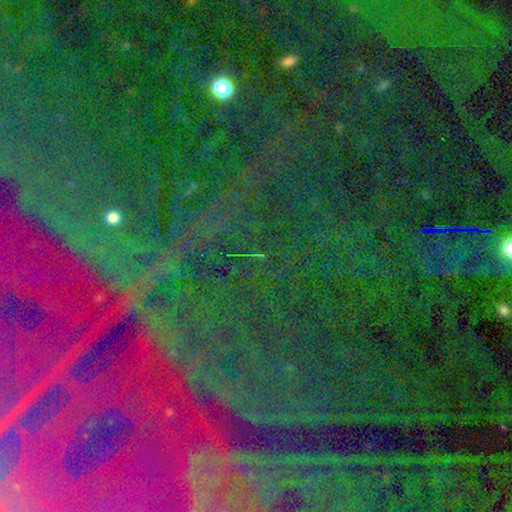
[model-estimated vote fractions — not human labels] Smooth or featured? Predicted: star or artifact (p=0.86).